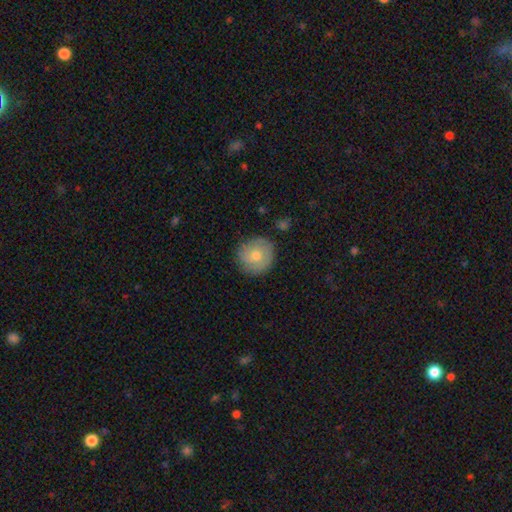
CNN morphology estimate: This appears to be a smooth galaxy with no disk features (63%) that is round (92%). Merging: none (83%).